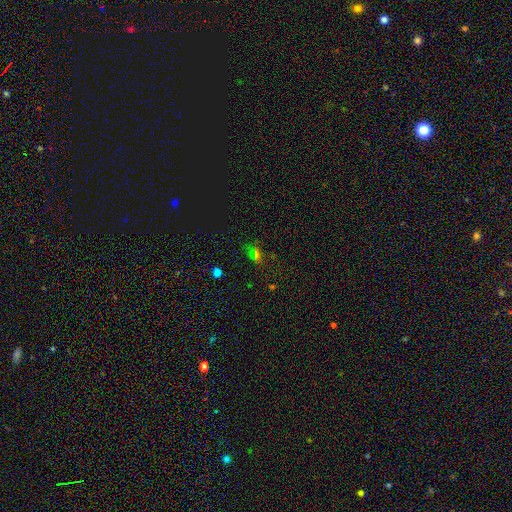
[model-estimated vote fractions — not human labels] Overall: star or artifact (49%; smooth 37%).